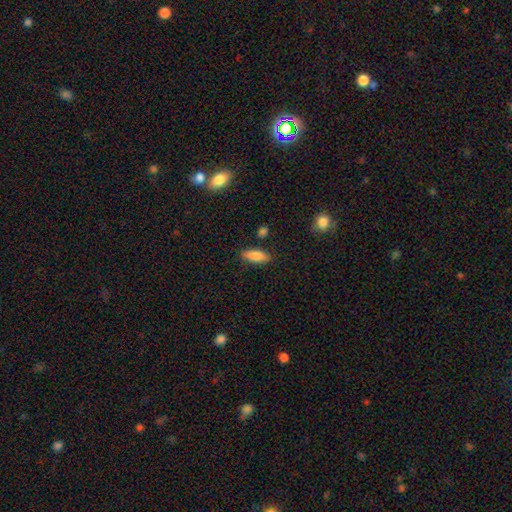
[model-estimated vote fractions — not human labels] Smooth or featured: smooth — 84% (featured or disk — 9%)
How rounded: in between — 69% (cigar-shaped — 28%)
Merging: none — 83% (minor disturbance — 11%)